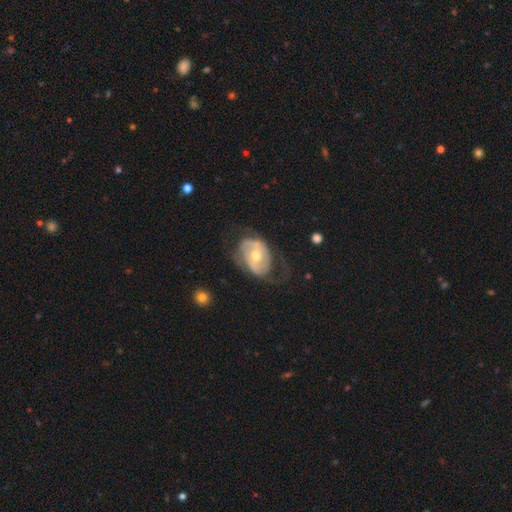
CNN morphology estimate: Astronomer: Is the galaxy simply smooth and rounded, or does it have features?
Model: featured or disk — 73%.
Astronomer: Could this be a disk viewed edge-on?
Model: no — 96%.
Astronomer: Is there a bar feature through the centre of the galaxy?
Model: no — 47% (runner-up: weak, 34%).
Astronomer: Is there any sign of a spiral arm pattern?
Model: yes — 73%.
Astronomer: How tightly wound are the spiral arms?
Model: medium — 40% (runner-up: loose, 32%).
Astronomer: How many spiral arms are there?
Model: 2 — 72%.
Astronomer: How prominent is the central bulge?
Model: moderate — 66%.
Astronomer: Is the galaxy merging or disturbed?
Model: none — 52%.